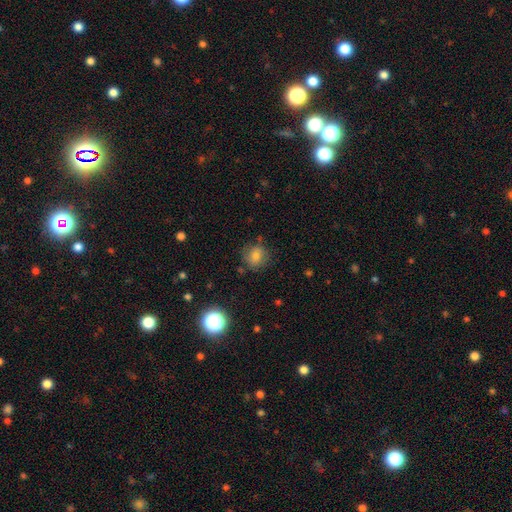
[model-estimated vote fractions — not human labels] Smooth or featured: smooth — 72% (star or artifact — 15%)
How rounded: round — 83% (in between — 16%)
Merging: none — 77% (minor disturbance — 16%)